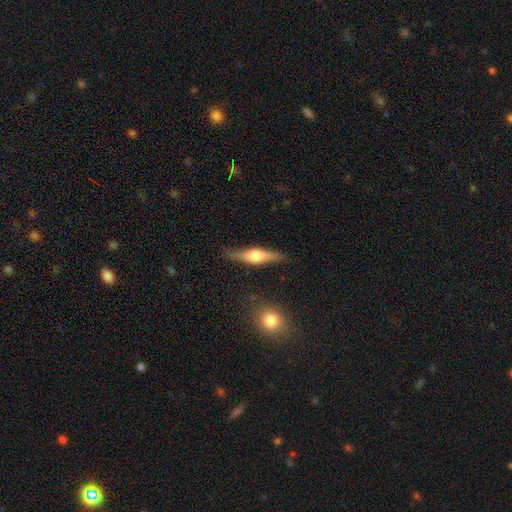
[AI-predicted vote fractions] smooth_or_featured: featured or disk (p=0.62) [alt: smooth p=0.33]
disk_edge_on: yes (p=0.95) [alt: no p=0.05]
edge_on_bulge: rounded (p=0.92) [alt: boxy p=0.06]
merging: none (p=0.86) [alt: minor disturbance p=0.10]